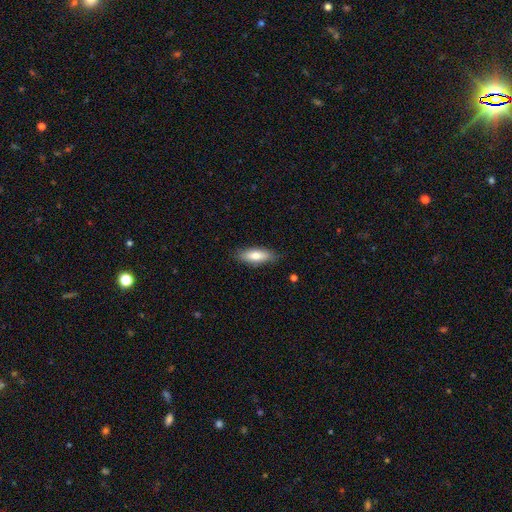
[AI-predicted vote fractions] This is likely a smooth galaxy (76%). How rounded: likely in between (66%). Merging: clearly none (82%).